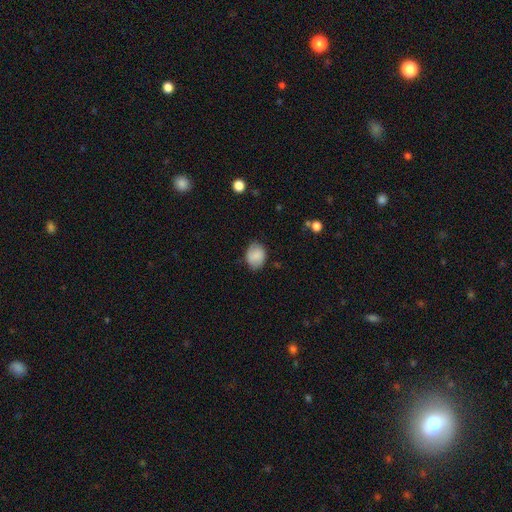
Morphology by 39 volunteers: This is likely a smooth galaxy (79%). How rounded: possibly in between (52%). Merging: likely none (79%).